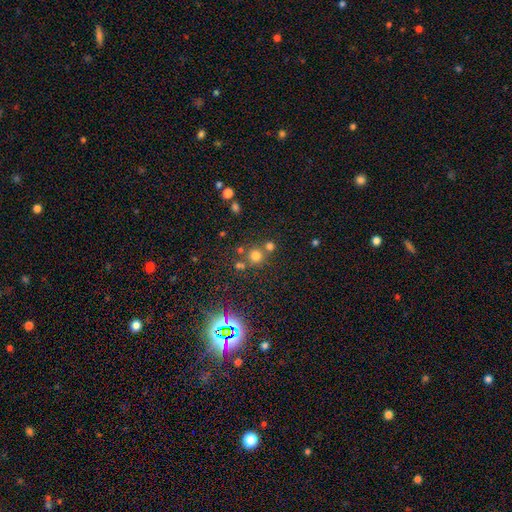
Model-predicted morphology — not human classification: type=smooth (66%); roundness=round (91%); merging=none (65%).